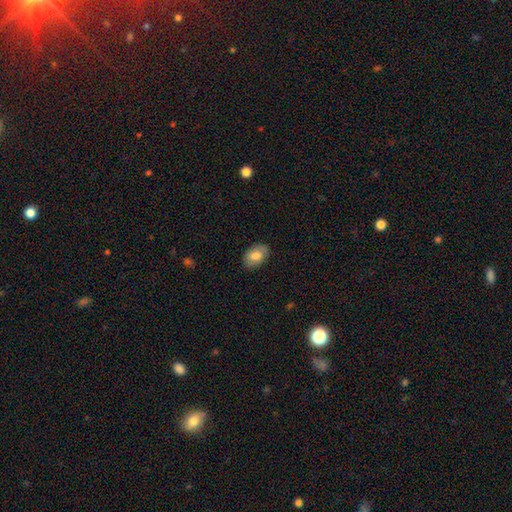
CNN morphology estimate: Smooth or featured? Predicted: smooth (p=0.73). How rounded? Predicted: in between (p=0.89). Merging? Predicted: none (p=0.83).